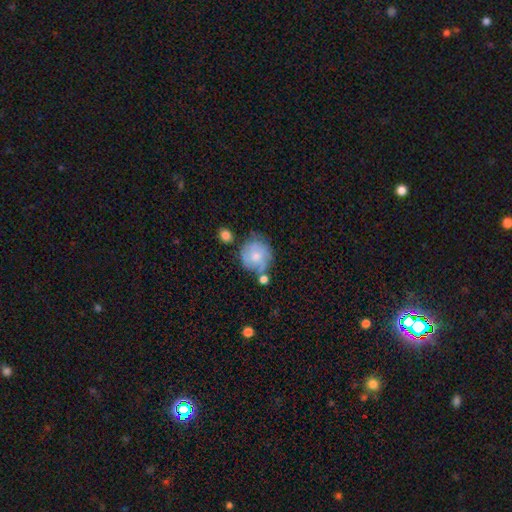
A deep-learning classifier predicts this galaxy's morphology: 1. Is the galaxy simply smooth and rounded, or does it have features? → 54% featured or disk, 39% smooth, 7% star or artifact.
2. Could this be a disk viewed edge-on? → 98% no, 2% yes.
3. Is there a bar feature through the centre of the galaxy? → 77% no, 20% weak, 3% strong.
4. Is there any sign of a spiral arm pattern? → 79% yes, 21% no.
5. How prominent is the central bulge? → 48% moderate, 41% small, 6% none, 4% large, 1% dominant.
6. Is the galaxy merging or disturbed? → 56% none, 24% minor disturbance, 11% merger, 10% major disturbance.